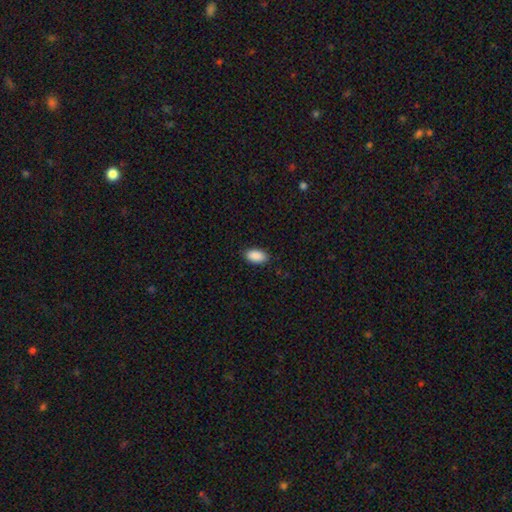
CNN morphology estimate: Smooth or featured? smooth (90%)
How rounded? in between (94%)
Merging? none (88%)